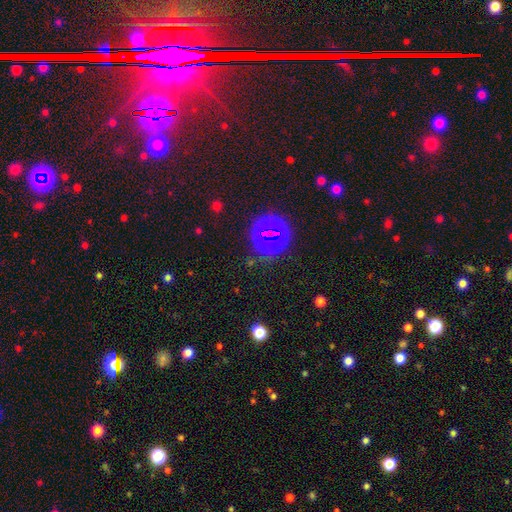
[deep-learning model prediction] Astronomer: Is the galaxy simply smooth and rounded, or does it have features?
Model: star or artifact — 65%.